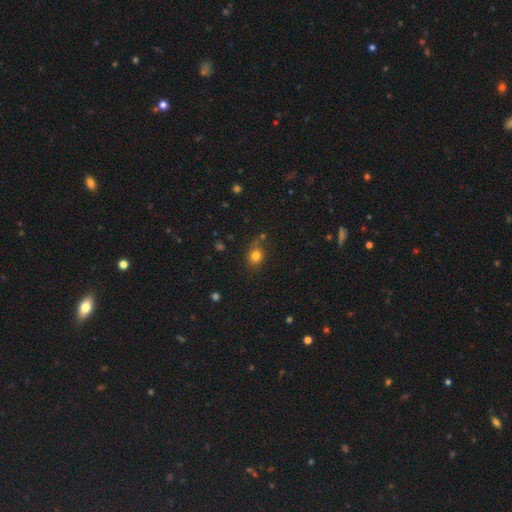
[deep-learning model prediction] Smooth or featured? Predicted: smooth (p=0.79). How rounded? Predicted: round (p=0.69). Merging? Predicted: none (p=0.70).